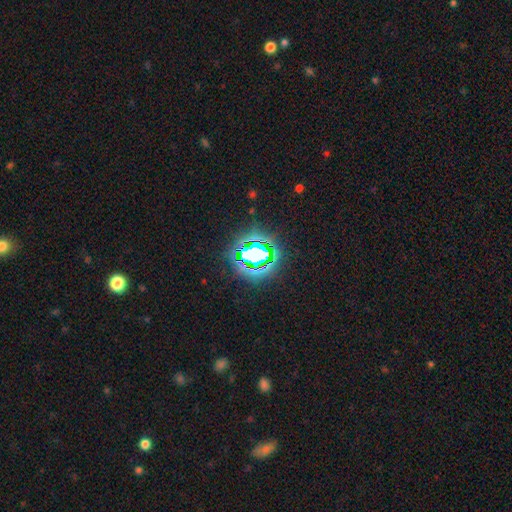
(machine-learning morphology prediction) smooth-or-featured: star or artifact: 68% | smooth: 19% | featured or disk: 12%